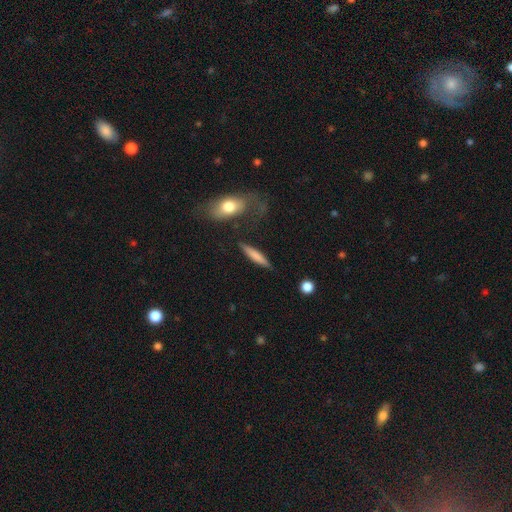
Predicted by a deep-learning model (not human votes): smooth 67%, featured or disk 27%, star or artifact 6%. Down the decision tree: how rounded — cigar-shaped (88%); merging — none (81%).